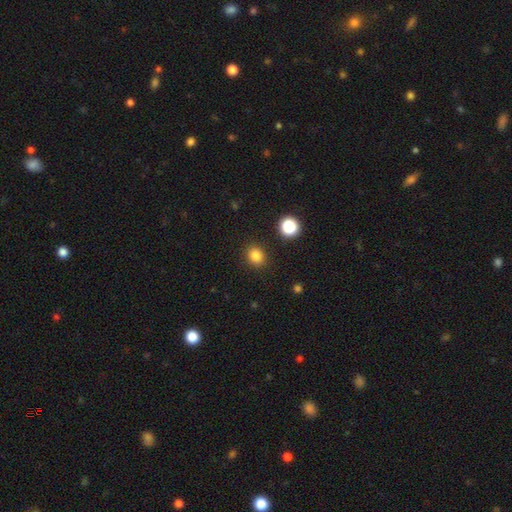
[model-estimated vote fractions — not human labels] Morphology: type=smooth (83%); roundness=round (69%); merging=none (89%).